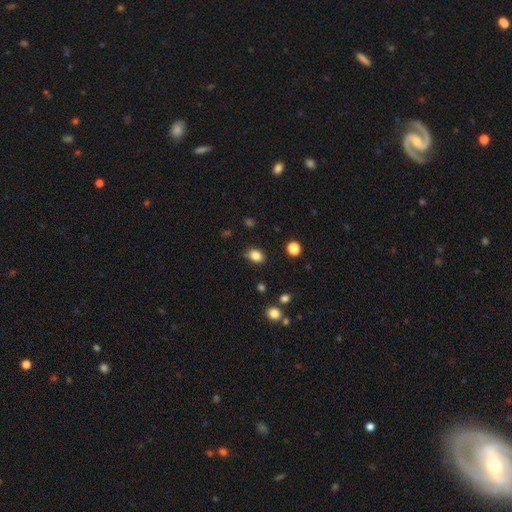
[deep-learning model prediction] Smooth or featured? smooth (84%)
How rounded? in between (63%)
Merging? none (84%)